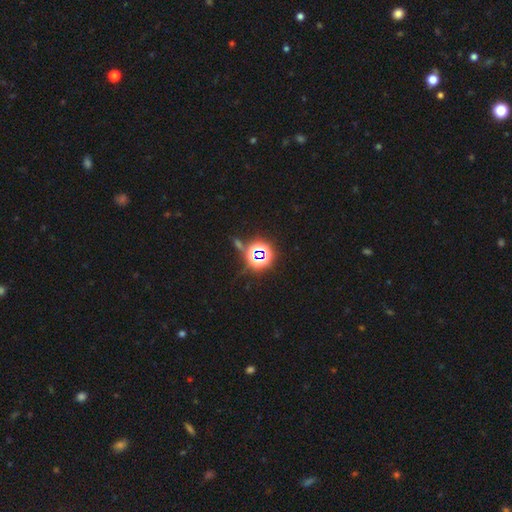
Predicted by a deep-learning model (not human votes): A star or artifact, not a galaxy (78%).